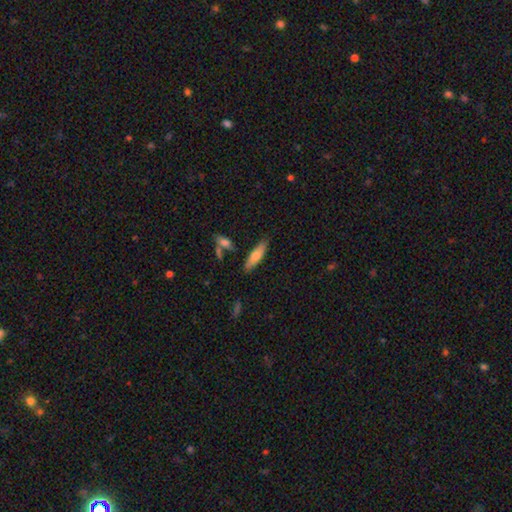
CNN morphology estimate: A smooth galaxy with no disk features (69%) that is cigar-shaped (57%). Merging: none (80%).